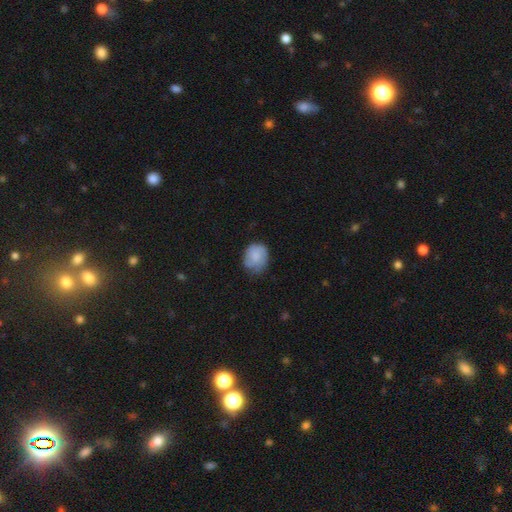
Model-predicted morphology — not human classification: A smooth galaxy with no disk features (72%) that is round (61%).

Vote fractions:
- Smooth or featured? smooth: 72% / featured or disk: 21% / star or artifact: 7%
- How rounded? round: 61% / in between: 38% / cigar-shaped: 1%
- Merging? none: 58% / minor disturbance: 31% / major disturbance: 9% / merger: 2%